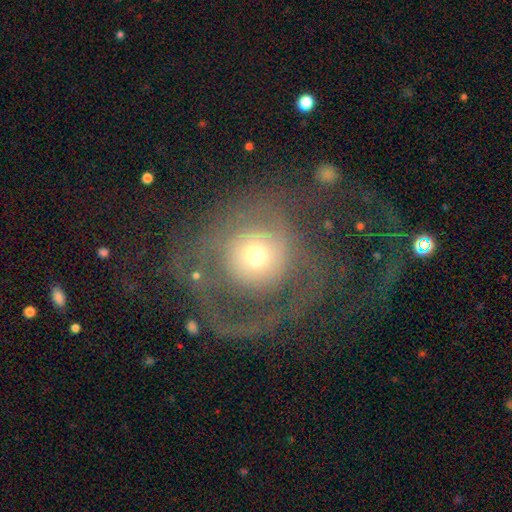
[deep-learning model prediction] Smooth or featured? featured or disk (52%)
Edge-on disk? no (96%)
Bar? no (84%)
Spiral arms? yes (57%)
Bulge size? moderate (52%)
Merging? major disturbance (45%)